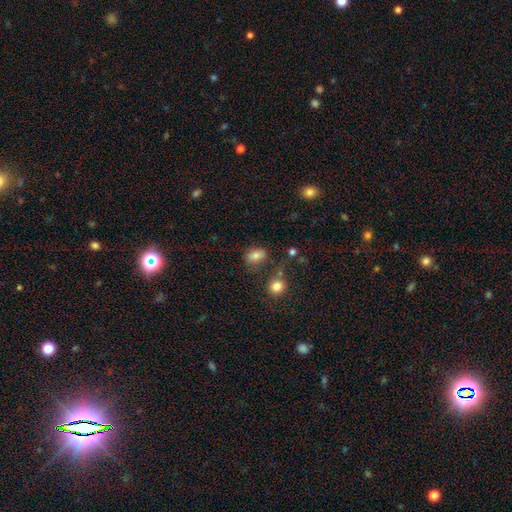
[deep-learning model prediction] Smooth or featured? smooth (80%)
How rounded? in between (72%)
Merging? none (70%)